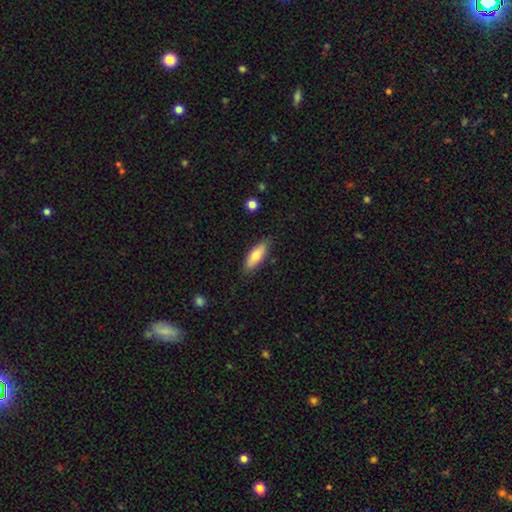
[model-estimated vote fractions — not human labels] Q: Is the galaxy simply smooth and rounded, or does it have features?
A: smooth — 76%.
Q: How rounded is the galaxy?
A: in between — 63%.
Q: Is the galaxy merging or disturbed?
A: none — 83%.